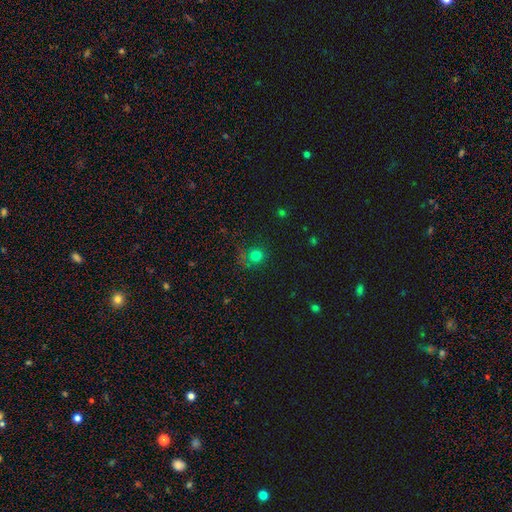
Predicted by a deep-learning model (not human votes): A smooth galaxy with no disk features (74%) that is round (86%).

Vote fractions:
- Smooth or featured? smooth: 74% / star or artifact: 18% / featured or disk: 8%
- How rounded? round: 86% / in between: 13% / cigar-shaped: 1%
- Merging? none: 63% / minor disturbance: 18% / major disturbance: 14% / merger: 4%